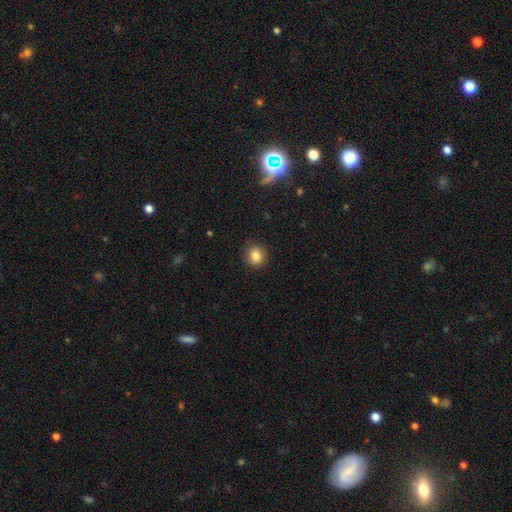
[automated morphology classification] Smooth or featured?
  - smooth: 85% *
  - star or artifact: 10%
  - featured or disk: 5%
How rounded?
  - round: 87% *
  - in between: 12%
  - cigar-shaped: 1%
Merging?
  - none: 90% *
  - minor disturbance: 7%
  - major disturbance: 2%
  - merger: 1%